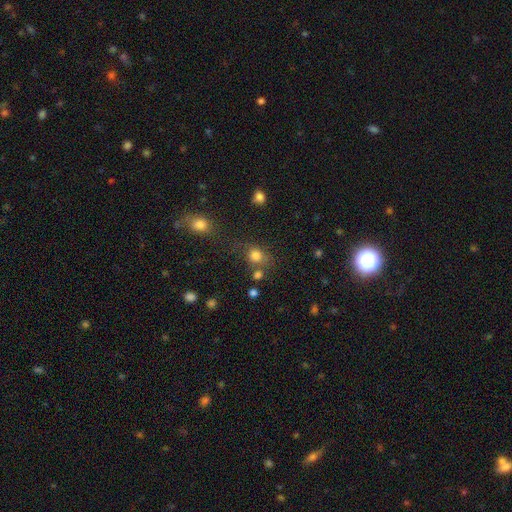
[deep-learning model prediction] Smooth or featured?
  - smooth: 79% *
  - star or artifact: 14%
  - featured or disk: 7%
How rounded?
  - round: 70% *
  - in between: 28%
  - cigar-shaped: 1%
Merging?
  - none: 60% *
  - minor disturbance: 17%
  - merger: 15%
  - major disturbance: 9%